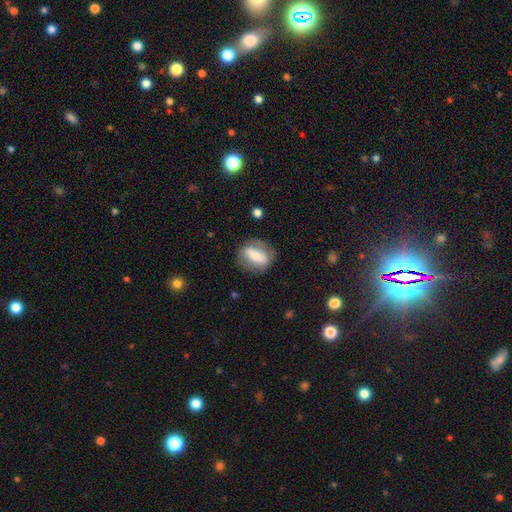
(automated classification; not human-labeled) Morphology: type=smooth (53%); roundness=in between (63%); merging=none (73%).